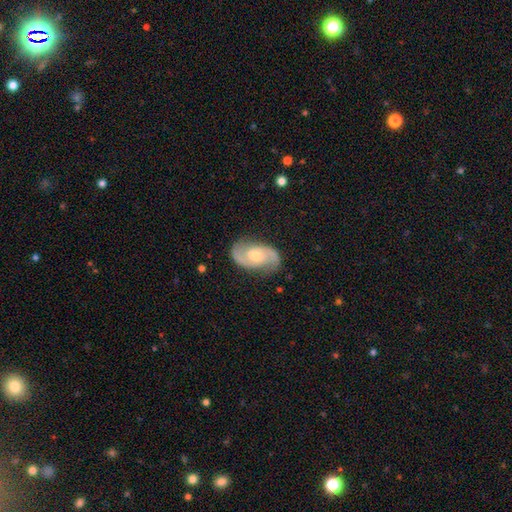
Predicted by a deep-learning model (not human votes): The model was most divided on "bulge size": small: 50%, moderate: 43%, none: 3%, large: 3%, dominant: 1%. More confident: edge-on disk — no (97%); spiral arms — yes (97%); spiral arm count — 2 (93%); smooth or featured — featured or disk (87%); merging — none (83%); bar — no (58%); spiral winding — medium (55%).